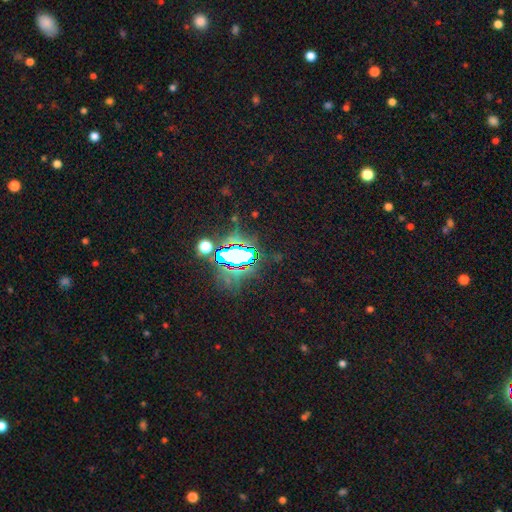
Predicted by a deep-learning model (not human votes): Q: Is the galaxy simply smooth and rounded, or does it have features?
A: star or artifact — 74%.